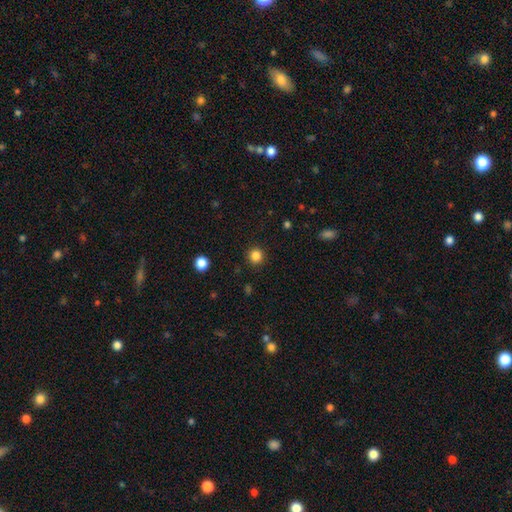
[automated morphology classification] Q: Smooth or featured?
A: smooth (85%); runner-up: star or artifact (12%)
Q: How rounded?
A: round (94%); runner-up: in between (5%)
Q: Merging?
A: none (91%); runner-up: minor disturbance (6%)